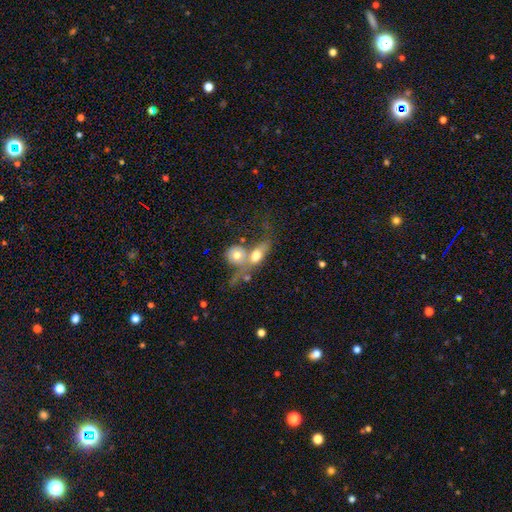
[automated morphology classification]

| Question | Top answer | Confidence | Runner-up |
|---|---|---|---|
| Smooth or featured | smooth | 61% | featured or disk (30%) |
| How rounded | in between | 63% | round (27%) |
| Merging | merger | 67% | none (14%) |